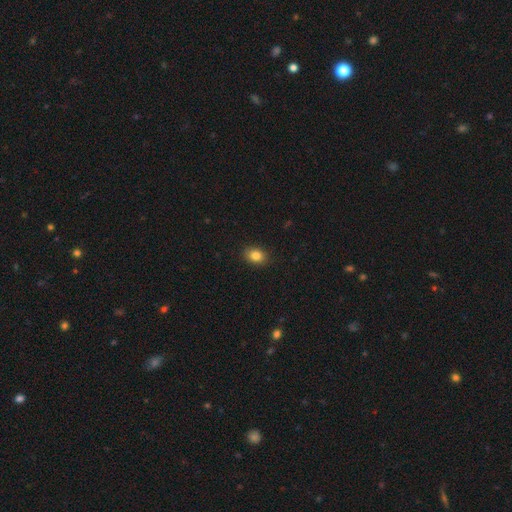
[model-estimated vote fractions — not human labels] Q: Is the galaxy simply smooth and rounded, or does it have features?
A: smooth — 84%.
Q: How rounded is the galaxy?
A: in between — 68%.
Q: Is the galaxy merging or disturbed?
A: none — 89%.